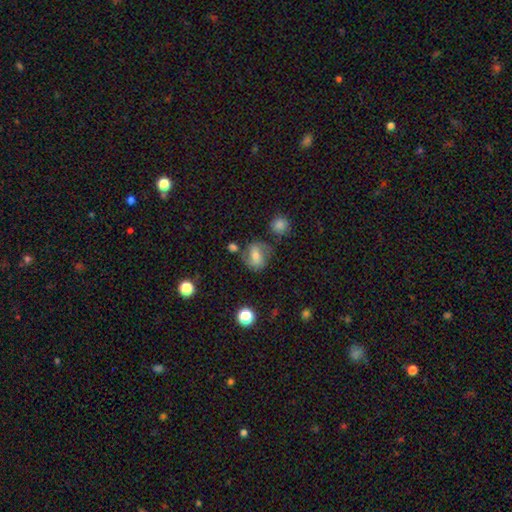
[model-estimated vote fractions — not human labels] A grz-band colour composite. It shows a smooth galaxy with no disk features (45%). Merging: none (65%).